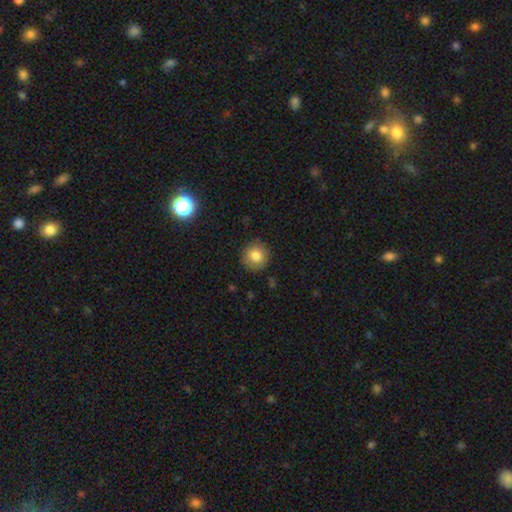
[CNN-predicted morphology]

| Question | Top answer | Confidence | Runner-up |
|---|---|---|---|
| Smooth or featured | smooth | 81% | star or artifact (10%) |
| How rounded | round | 92% | in between (7%) |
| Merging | none | 90% | minor disturbance (7%) |